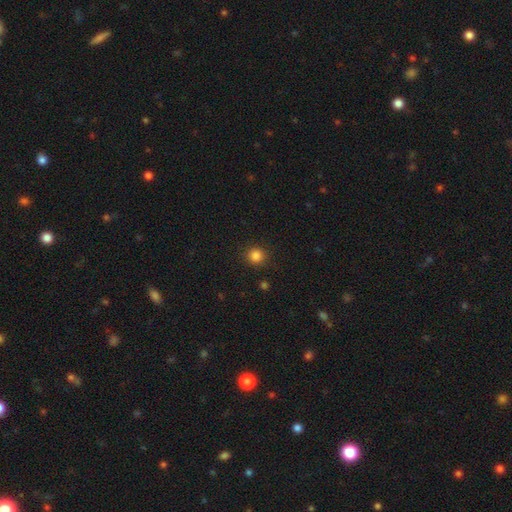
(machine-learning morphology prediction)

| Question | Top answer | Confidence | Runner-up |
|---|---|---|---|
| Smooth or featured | smooth | 85% | star or artifact (12%) |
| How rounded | round | 92% | in between (7%) |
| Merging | none | 90% | minor disturbance (7%) |